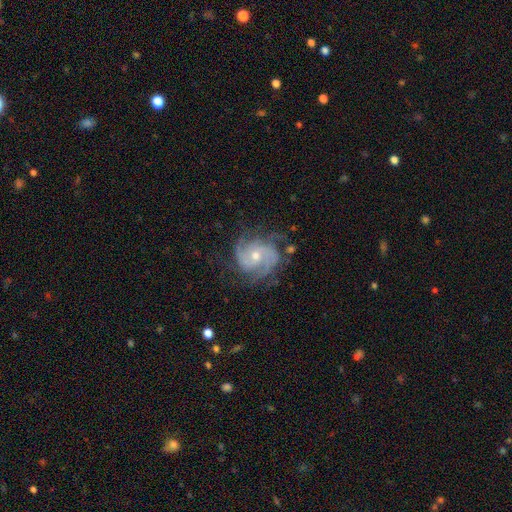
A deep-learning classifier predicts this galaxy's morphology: The model was most divided on "bulge size": small: 50%, moderate: 47%, large: 1%, none: 1%, dominant: 1%. Remaining: edge-on disk — no (98%); spiral arms — yes (97%); smooth or featured — featured or disk (89%); merging — none (71%); bar — no (69%); spiral winding — tight (52%); spiral arm count — 3 (38%).